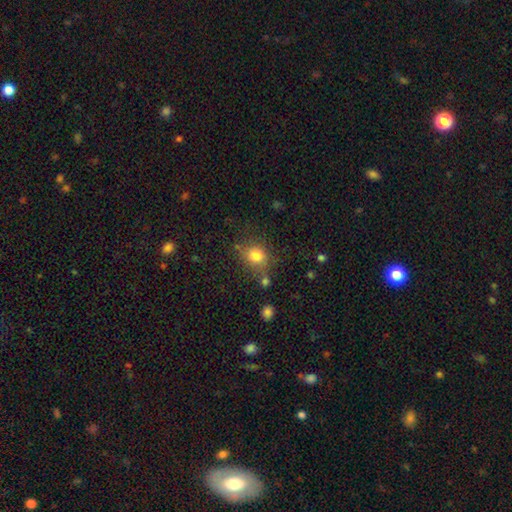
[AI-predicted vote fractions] Overall: smooth (79%). How rounded: round (68%; in between 31%). Merging: none (67%).